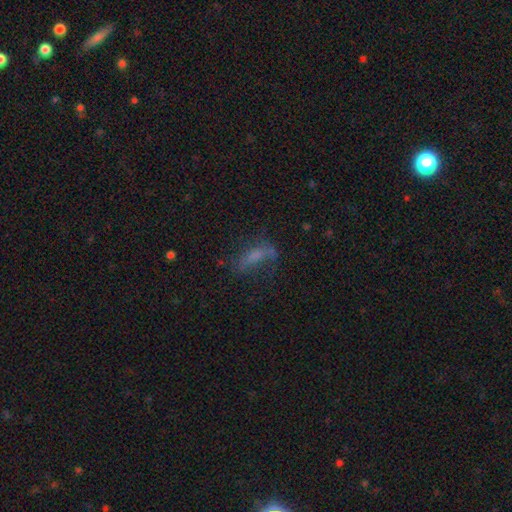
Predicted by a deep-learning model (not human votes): This appears to be a smooth galaxy with no disk features (50%). Merging: none (47%).